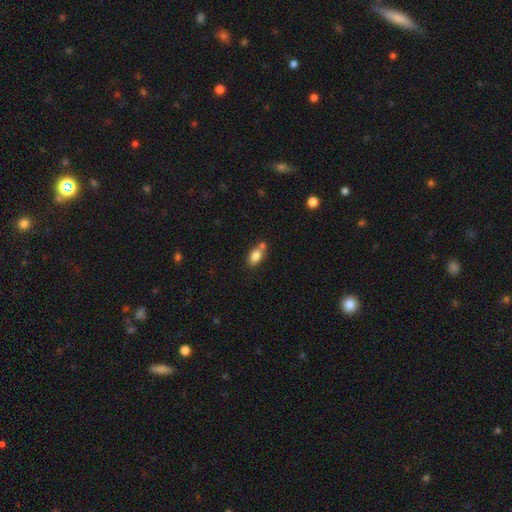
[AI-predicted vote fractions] A smooth galaxy with no disk features (81%) that is in between round and cigar-shaped (86%).

Vote fractions:
- Smooth or featured? smooth: 81% / featured or disk: 10% / star or artifact: 8%
- How rounded? in between: 86% / round: 8% / cigar-shaped: 5%
- Merging? none: 54% / merger: 27% / minor disturbance: 15% / major disturbance: 4%